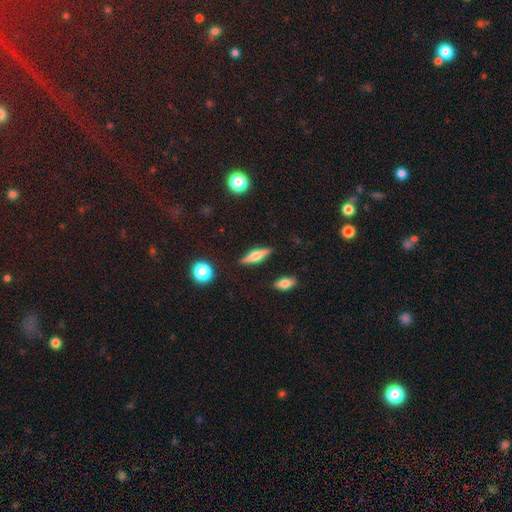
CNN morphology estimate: This appears to be a featured or disk galaxy (55%) viewed edge-on (95%) with a rounded central bulge (86%). Merging: none (87%).